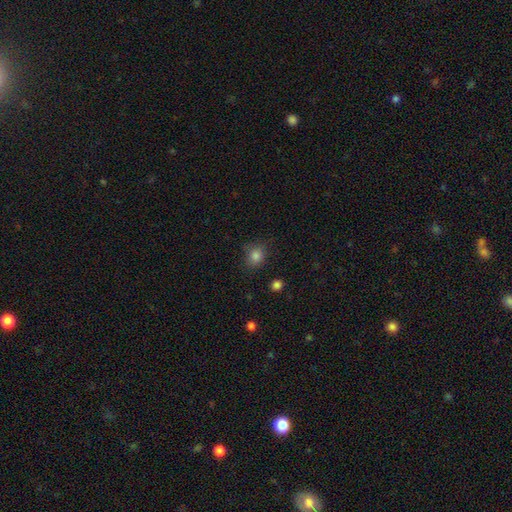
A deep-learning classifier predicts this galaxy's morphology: Smooth or featured?
  - smooth: 83% *
  - star or artifact: 12%
  - featured or disk: 5%
How rounded?
  - round: 74% *
  - in between: 25%
  - cigar-shaped: 1%
Merging?
  - none: 77% *
  - minor disturbance: 17%
  - major disturbance: 5%
  - merger: 2%